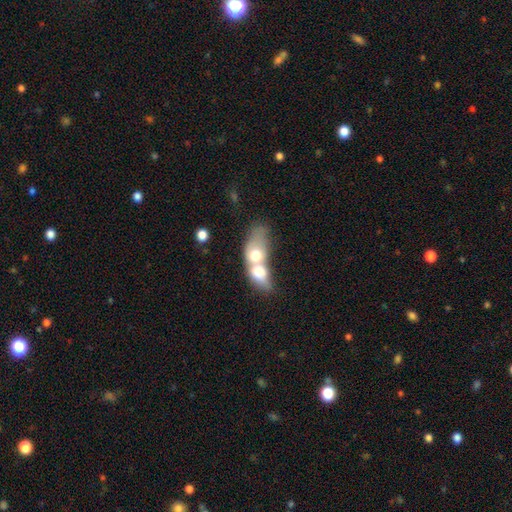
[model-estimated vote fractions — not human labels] Q: Smooth or featured?
A: smooth (63%); runner-up: featured or disk (30%)
Q: How rounded?
A: in between (78%); runner-up: round (14%)
Q: Merging?
A: merger (78%); runner-up: none (9%)